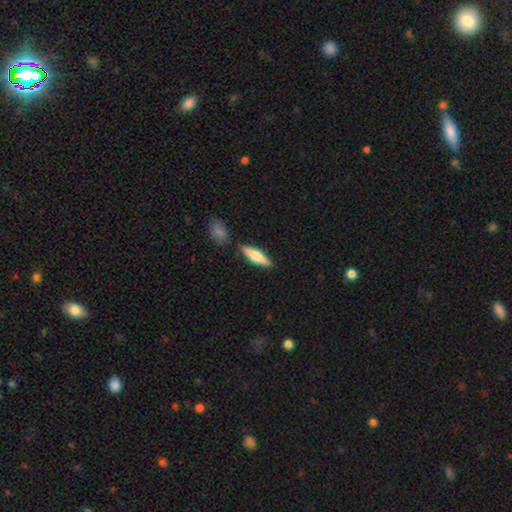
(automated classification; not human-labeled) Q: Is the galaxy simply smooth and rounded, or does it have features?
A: smooth — 60%.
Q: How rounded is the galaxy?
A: cigar-shaped — 65%.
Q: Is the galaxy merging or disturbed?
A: none — 81%.